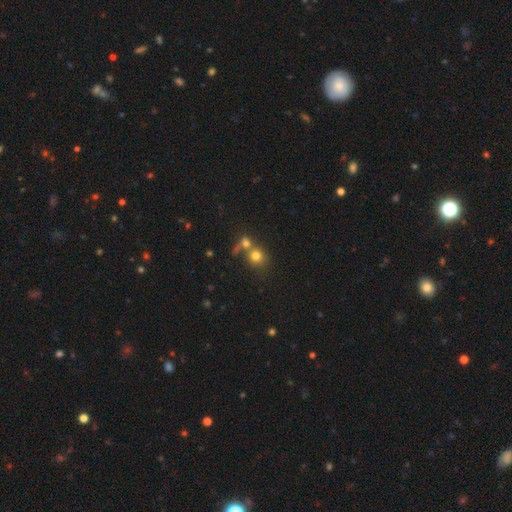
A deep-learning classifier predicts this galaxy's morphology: Overall: smooth (76%). How rounded: round (83%). Merging: none (44%, tied with merger).